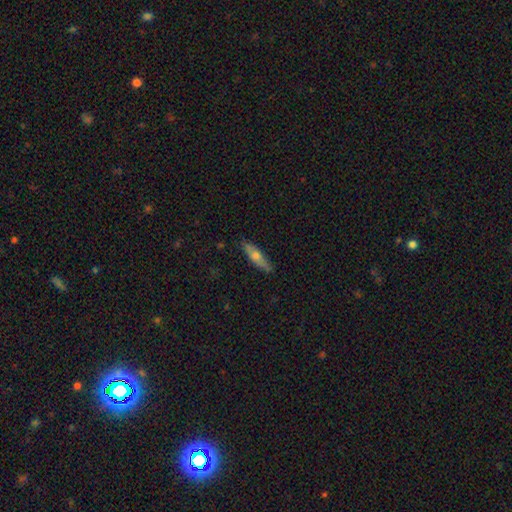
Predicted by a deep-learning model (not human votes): Smooth or featured: smooth — 52% (featured or disk — 42%)
How rounded: cigar-shaped — 68% (in between — 30%)
Merging: none — 86% (minor disturbance — 11%)